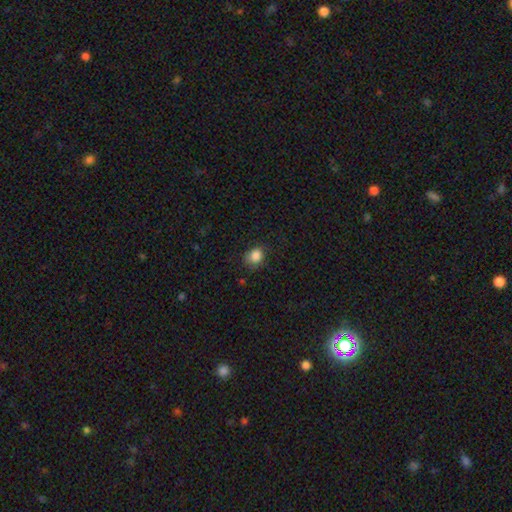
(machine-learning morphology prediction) This is clearly a smooth galaxy (86%). How rounded: possibly round (60%). Merging: likely none (72%).